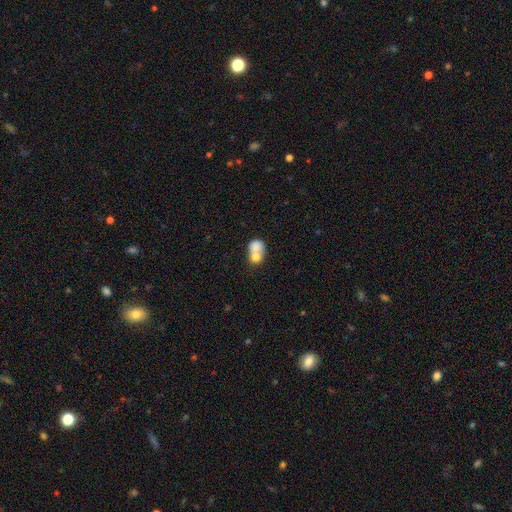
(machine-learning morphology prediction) The model was most divided on "how rounded": round: 54%, in between: 45%, cigar-shaped: 1%. More confident: smooth or featured — smooth (74%); merging — merger (68%).